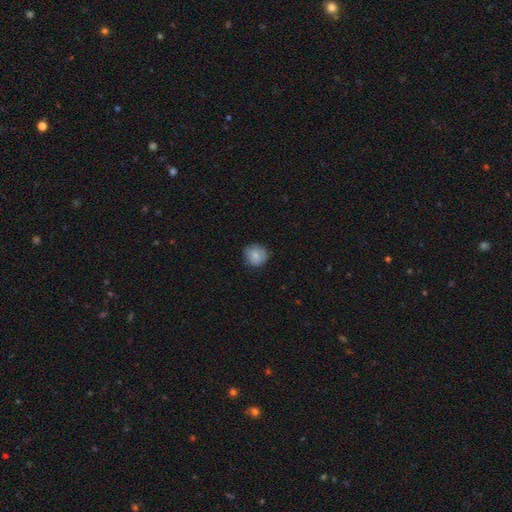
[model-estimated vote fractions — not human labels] Q: Smooth or featured?
A: smooth (81%); runner-up: featured or disk (11%)
Q: How rounded?
A: round (88%); runner-up: in between (11%)
Q: Merging?
A: none (80%); runner-up: minor disturbance (16%)